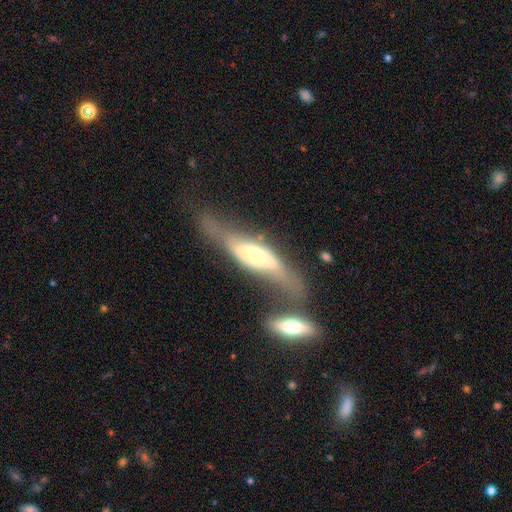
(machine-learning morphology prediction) smooth-or-featured: featured or disk: 67% | smooth: 26% | star or artifact: 6%
  disk-edge-on: yes: 55% | no: 45%
  merging: none: 35% | merger: 26% | major disturbance: 21% | minor disturbance: 18%